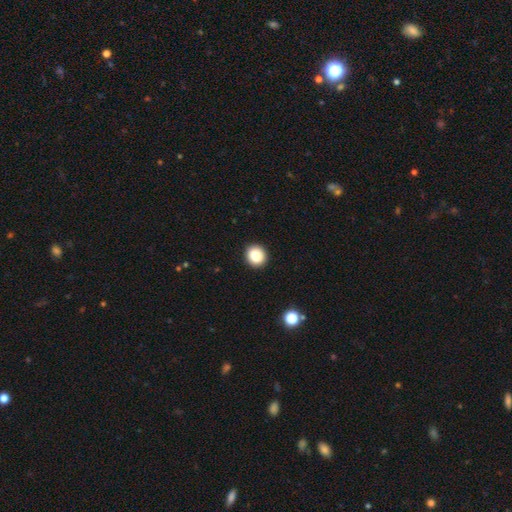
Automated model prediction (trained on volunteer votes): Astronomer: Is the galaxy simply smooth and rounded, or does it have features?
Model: smooth — 87%.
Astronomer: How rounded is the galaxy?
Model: round — 86%.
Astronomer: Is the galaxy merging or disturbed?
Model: none — 92%.